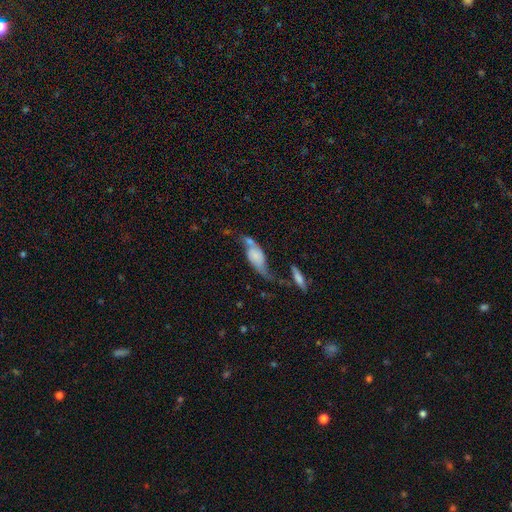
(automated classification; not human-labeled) Smooth or featured? featured or disk (57%)
Edge-on disk? no (84%)
Merging? none (34%)